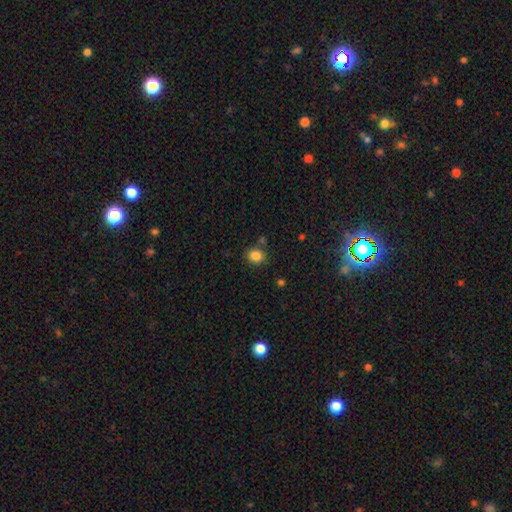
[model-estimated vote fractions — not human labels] smooth 85%, star or artifact 11%, featured or disk 4%. Down the decision tree: how rounded — round (75%); merging — none (81%).